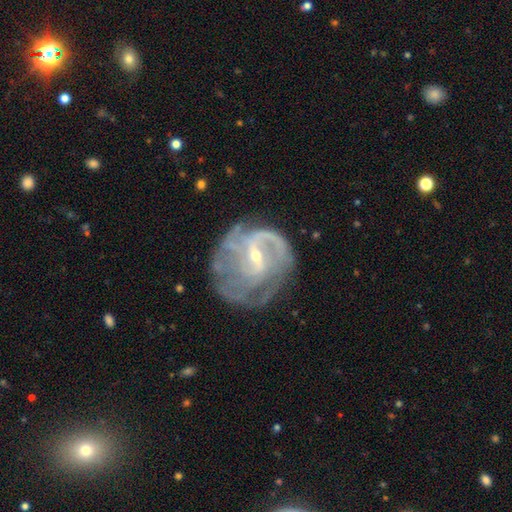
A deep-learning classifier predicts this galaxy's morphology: type=featured or disk (85%); edge-on=no (98%); bar=weak (49%); spiral arms=yes (90%); winding=medium (44%); arm count=2 (35%); bulge=small (75%); merging=none (48%).